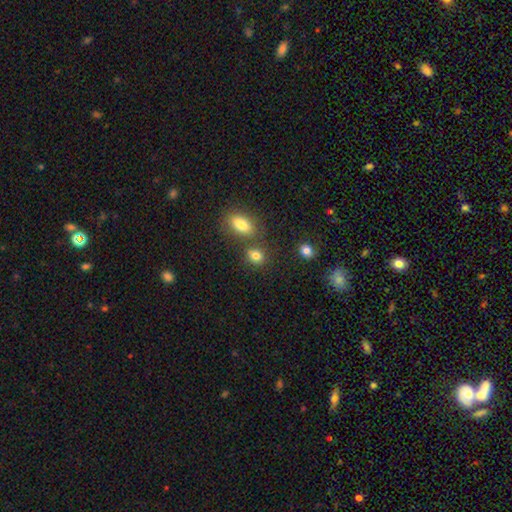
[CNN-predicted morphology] A smooth galaxy with no disk features (81%) that is round (53%).

Vote fractions:
- Smooth or featured? smooth: 81% / star or artifact: 12% / featured or disk: 7%
- How rounded? round: 53% / in between: 46% / cigar-shaped: 2%
- Merging? none: 64% / merger: 20% / minor disturbance: 11% / major disturbance: 4%